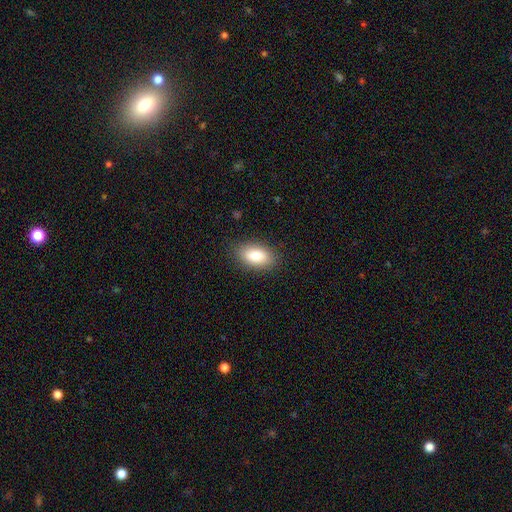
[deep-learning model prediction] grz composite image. It shows a smooth galaxy with no disk features (84%) that is in between round and cigar-shaped (91%). Merging: none (86%).